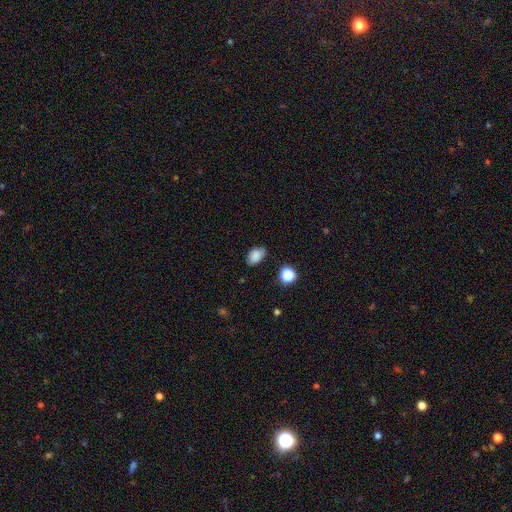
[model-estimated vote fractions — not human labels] Smooth or featured? Predicted: smooth (p=0.83). How rounded? Predicted: in between (p=0.84). Merging? Predicted: none (p=0.72).